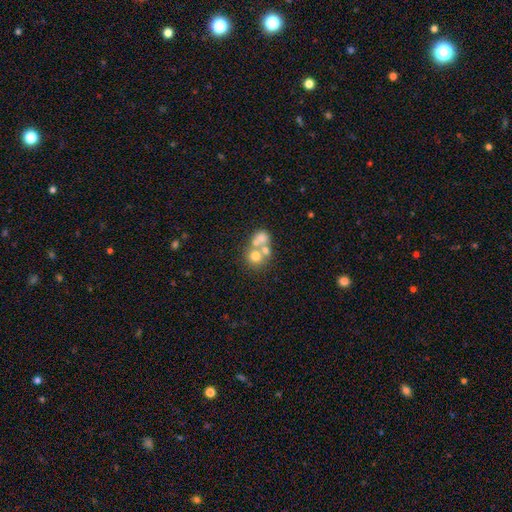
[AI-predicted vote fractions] Smooth or featured? smooth (58%)
How rounded? round (80%)
Merging? merger (54%)